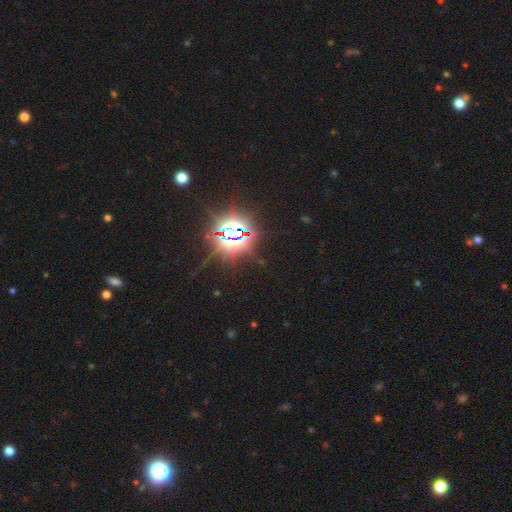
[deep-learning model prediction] This is clearly a star or artifact rather than a galaxy (84%).